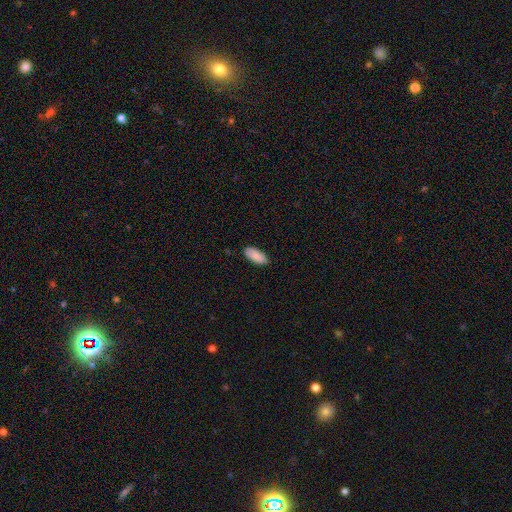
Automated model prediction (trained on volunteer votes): Overall: smooth (90%). How rounded: in between (88%). Merging: none (86%).